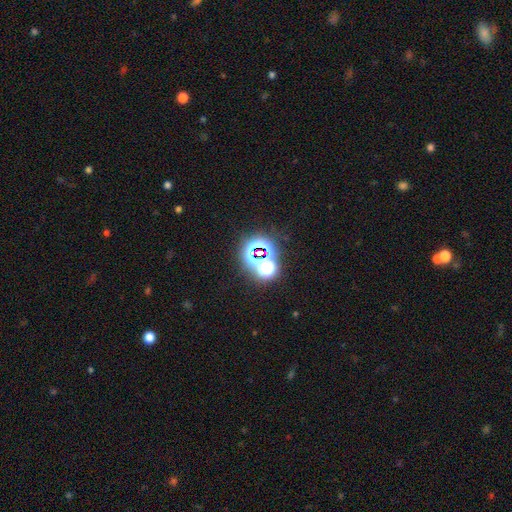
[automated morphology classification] This is likely a star or artifact rather than a galaxy (70%).